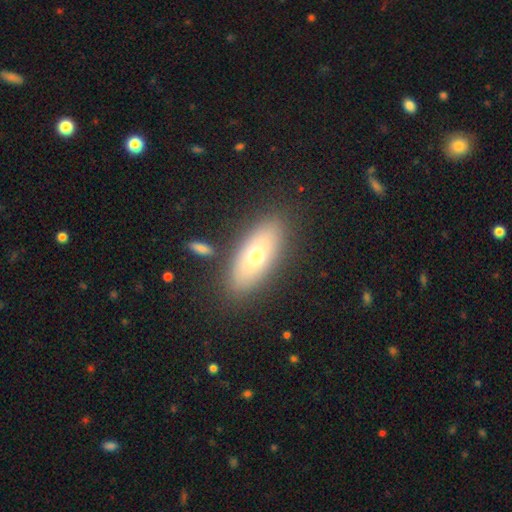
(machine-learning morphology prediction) A smooth galaxy with no disk features (62%) that is in between round and cigar-shaped (75%). Merging: none (85%).